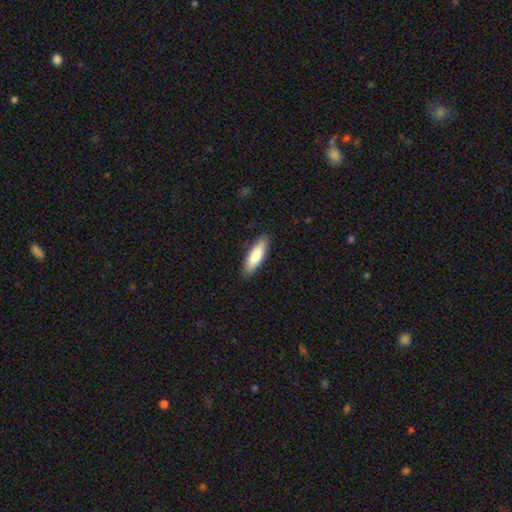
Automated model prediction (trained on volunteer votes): A smooth galaxy with no disk features (79%) that is cigar-shaped (55%). Merging: none (88%).